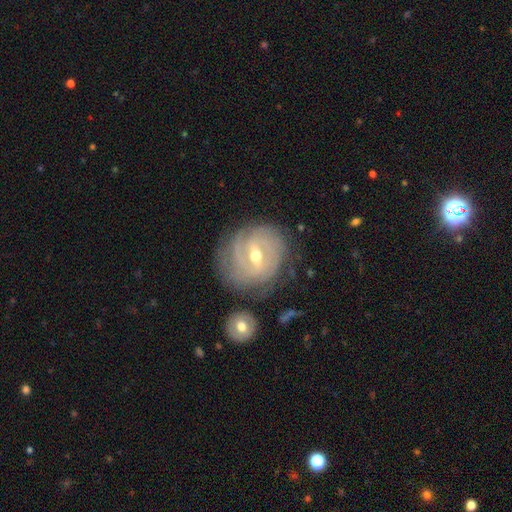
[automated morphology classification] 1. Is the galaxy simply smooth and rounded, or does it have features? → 86% featured or disk, 9% smooth, 6% star or artifact.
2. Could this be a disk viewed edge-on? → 96% no, 4% yes.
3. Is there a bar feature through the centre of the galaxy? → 51% weak, 35% strong, 13% no.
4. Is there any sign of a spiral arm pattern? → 93% yes, 7% no.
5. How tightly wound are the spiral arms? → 73% tight, 22% medium, 6% loose.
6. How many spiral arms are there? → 33% can't tell, 23% 3, 22% 2, 12% 4, 5% 1, 5% more than 4.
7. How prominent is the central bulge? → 64% moderate, 32% small, 2% large, 1% none, 1% dominant.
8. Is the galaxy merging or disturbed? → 74% none, 16% minor disturbance, 6% major disturbance, 3% merger.